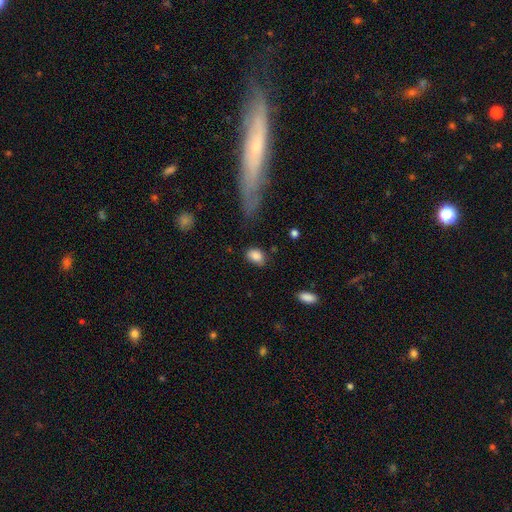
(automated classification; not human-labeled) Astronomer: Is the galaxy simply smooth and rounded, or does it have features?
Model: smooth — 86%.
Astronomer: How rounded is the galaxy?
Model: in between — 80%.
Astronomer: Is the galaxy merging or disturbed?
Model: none — 67%.